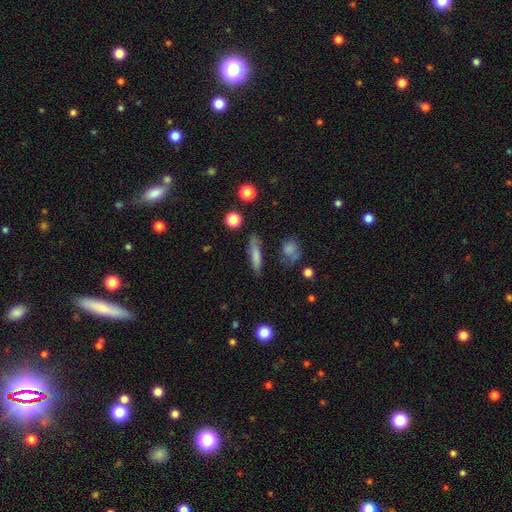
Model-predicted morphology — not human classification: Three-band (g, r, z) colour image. It shows a smooth galaxy with no disk features (73%) that is cigar-shaped (81%). Merging: none (76%).